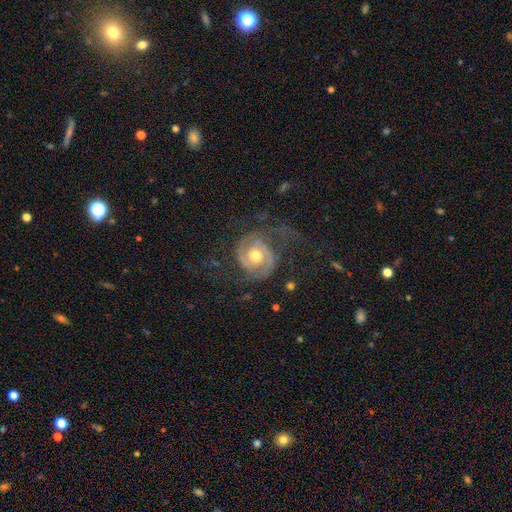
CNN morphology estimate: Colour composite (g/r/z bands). It shows a featured or disk galaxy (87%) with no bar (68%), 2 (82%) tight (49%) spiral arms (96%) and a moderate central bulge (76%). Merging: none (60%).